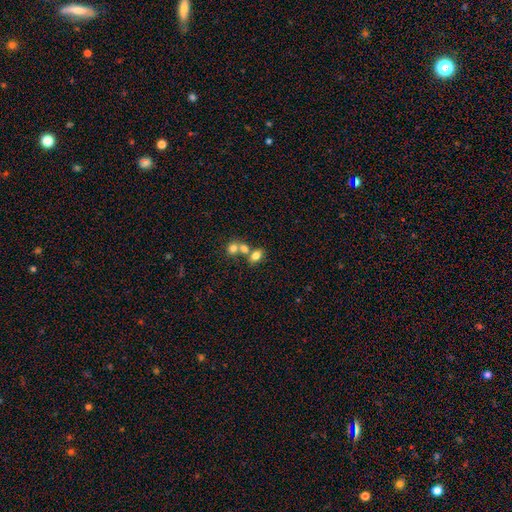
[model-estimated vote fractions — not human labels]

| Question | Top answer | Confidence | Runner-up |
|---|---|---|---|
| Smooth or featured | smooth | 75% | featured or disk (13%) |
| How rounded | in between | 76% | round (22%) |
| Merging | none | 43% | tied: merger (43%) |